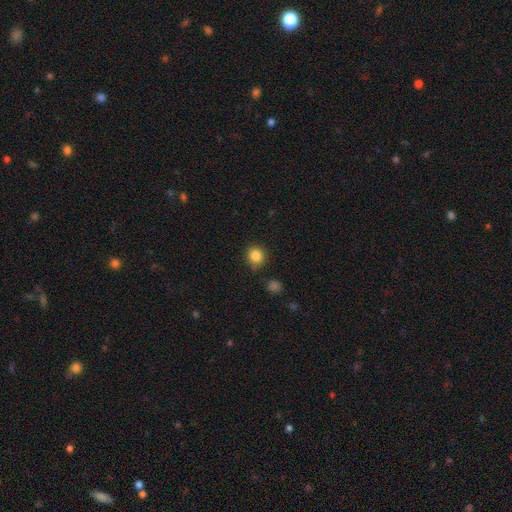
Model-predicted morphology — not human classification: This is clearly a smooth galaxy (85%). How rounded: clearly round (88%). Merging: clearly none (86%).